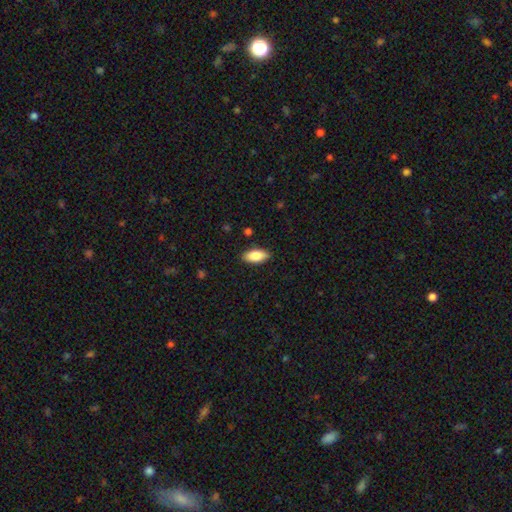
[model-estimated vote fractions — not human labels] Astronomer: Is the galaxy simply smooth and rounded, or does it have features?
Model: smooth — 85%.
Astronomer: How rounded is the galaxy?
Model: in between — 89%.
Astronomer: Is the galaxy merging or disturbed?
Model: none — 88%.